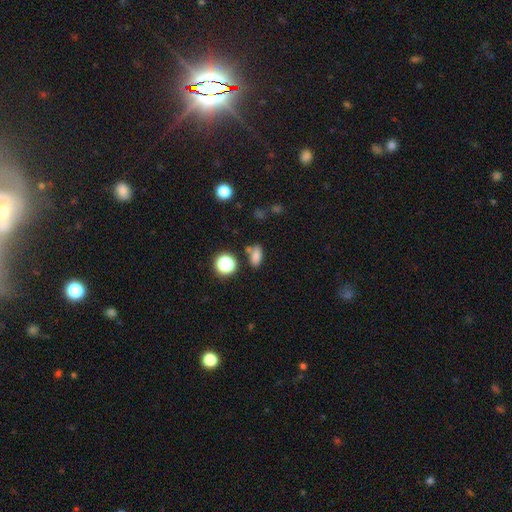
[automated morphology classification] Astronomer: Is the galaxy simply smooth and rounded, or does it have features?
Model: smooth — 78%.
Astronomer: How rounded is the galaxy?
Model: in between — 79%.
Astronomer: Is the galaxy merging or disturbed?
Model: none — 70%.